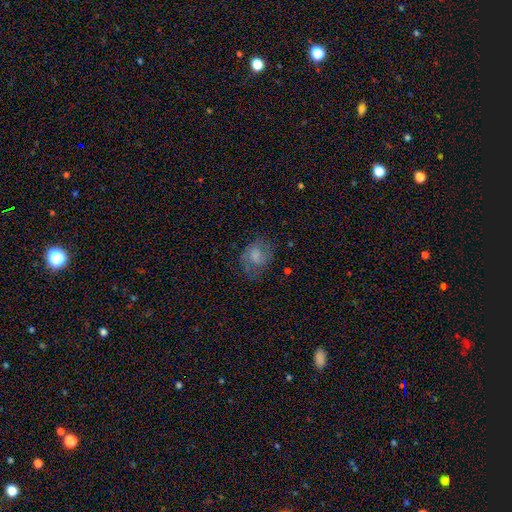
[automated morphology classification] Smooth or featured?
  - smooth: 55% *
  - featured or disk: 35%
  - star or artifact: 10%
How rounded?
  - in between: 55% *
  - round: 44%
  - cigar-shaped: 1%
Merging?
  - none: 59% *
  - minor disturbance: 23%
  - major disturbance: 16%
  - merger: 2%